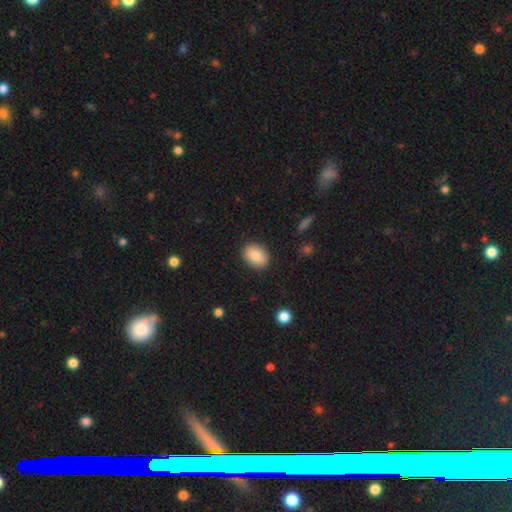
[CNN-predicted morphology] A smooth galaxy with no disk features (87%) that is in between round and cigar-shaped (76%).

Vote fractions:
- Smooth or featured? smooth: 87% / star or artifact: 7% / featured or disk: 6%
- How rounded? in between: 76% / round: 23% / cigar-shaped: 1%
- Merging? none: 88% / minor disturbance: 9% / major disturbance: 2% / merger: 1%